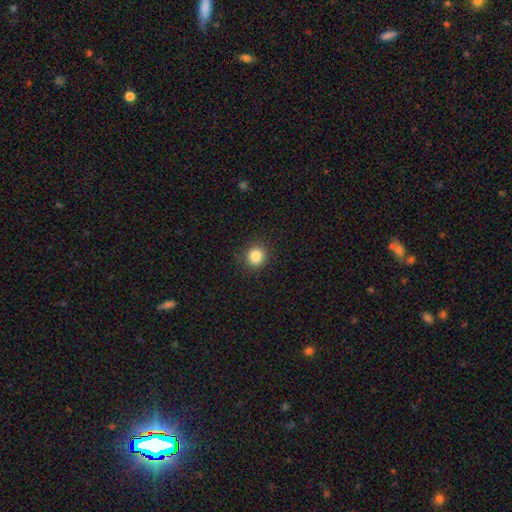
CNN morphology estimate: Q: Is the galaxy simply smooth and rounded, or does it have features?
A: smooth — 85%.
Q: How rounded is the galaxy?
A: round — 88%.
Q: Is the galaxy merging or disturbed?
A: none — 90%.